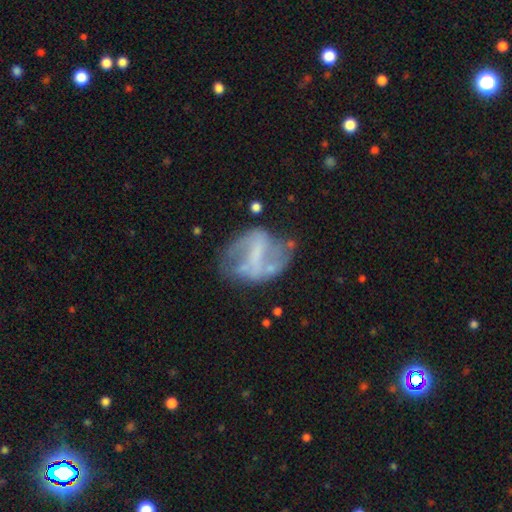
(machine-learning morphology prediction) Overall: featured or disk (74%). Edge-on disk: no (97%). Bar: strong (46%; weak 35%). Spiral arms: yes (66%; no 34%). Bulge size: none (55%; small 27%). Merging: none (54%; minor disturbance 22%).